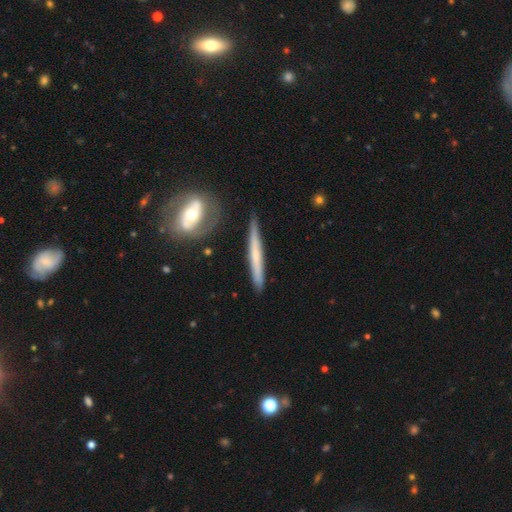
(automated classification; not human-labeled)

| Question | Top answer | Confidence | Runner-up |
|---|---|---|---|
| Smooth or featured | featured or disk | 53% | smooth (42%) |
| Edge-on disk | yes | 93% | no (7%) |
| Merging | none | 86% | minor disturbance (10%) |